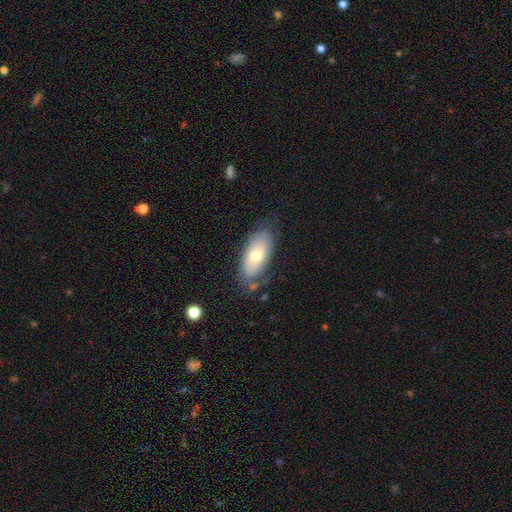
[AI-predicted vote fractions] smooth_or_featured: smooth (p=0.63) [alt: featured or disk p=0.31]
how_rounded: in between (p=0.91) [alt: cigar-shaped p=0.06]
merging: none (p=0.69) [alt: minor disturbance p=0.21]